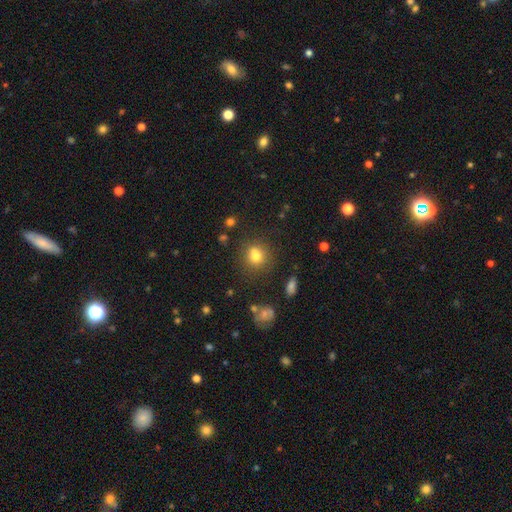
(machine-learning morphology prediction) smooth_or_featured: smooth (p=0.72) [alt: star or artifact p=0.15]
how_rounded: round (p=0.81) [alt: in between p=0.18]
merging: none (p=0.59) [alt: merger p=0.23]